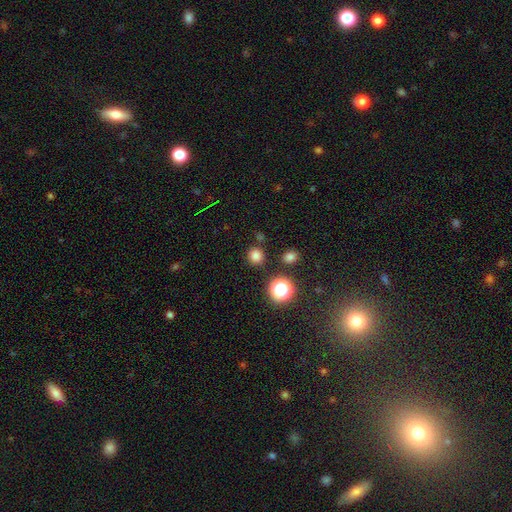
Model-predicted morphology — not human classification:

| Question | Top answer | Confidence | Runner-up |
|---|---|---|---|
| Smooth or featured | smooth | 78% | star or artifact (18%) |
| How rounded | round | 91% | in between (8%) |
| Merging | none | 86% | minor disturbance (7%) |